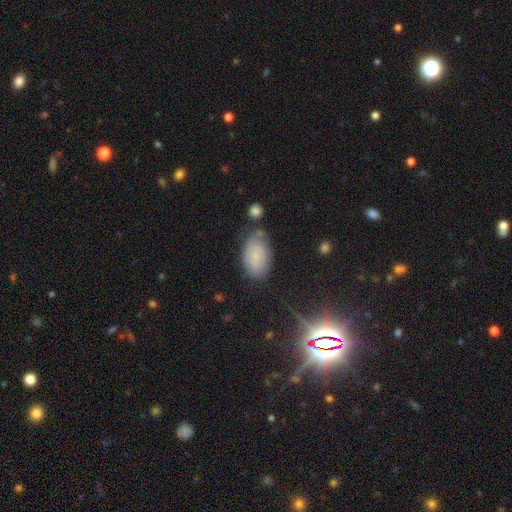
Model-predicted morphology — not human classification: smooth-or-featured: smooth: 65% | featured or disk: 22% | star or artifact: 13%
  how-rounded: in between: 91% | round: 7% | cigar-shaped: 2%
  merging: none: 61% | minor disturbance: 25% | major disturbance: 7% | merger: 6%